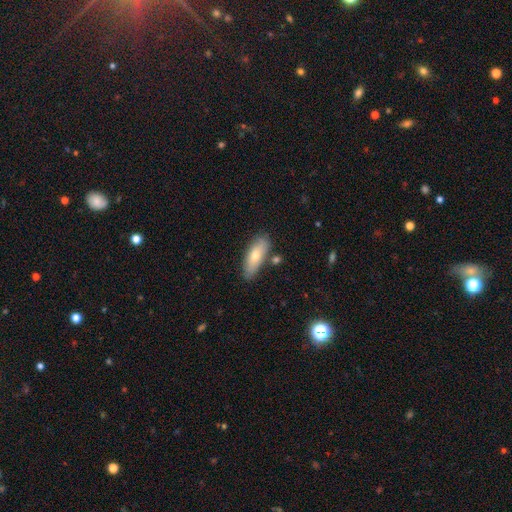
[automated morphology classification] smooth_or_featured: smooth (p=0.68) [alt: featured or disk p=0.25]
how_rounded: in between (p=0.69) [alt: cigar-shaped p=0.28]
merging: none (p=0.78) [alt: minor disturbance p=0.14]